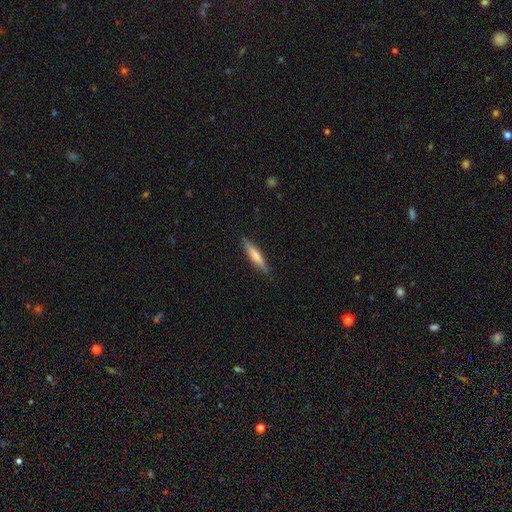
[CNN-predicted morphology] smooth 66%, featured or disk 29%, star or artifact 6%. Down the decision tree: how rounded — cigar-shaped (85%); merging — none (88%).